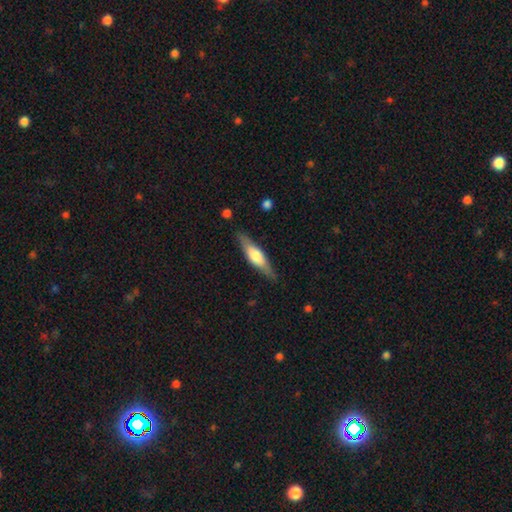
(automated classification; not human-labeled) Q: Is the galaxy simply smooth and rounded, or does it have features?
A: featured or disk — 52%.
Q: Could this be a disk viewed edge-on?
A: yes — 91%.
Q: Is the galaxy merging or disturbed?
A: none — 84%.